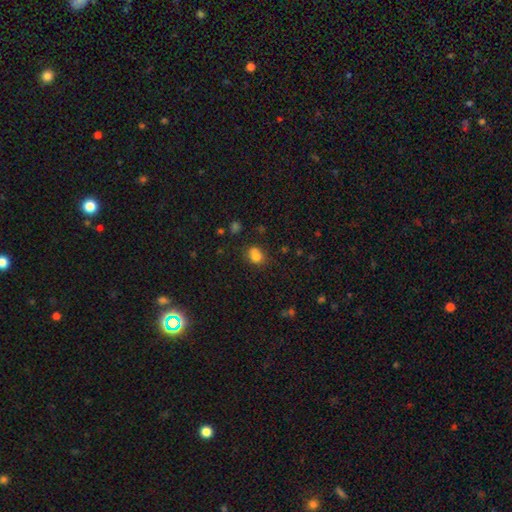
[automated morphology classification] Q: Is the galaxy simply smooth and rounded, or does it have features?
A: smooth — 75%.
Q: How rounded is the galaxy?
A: round — 54%.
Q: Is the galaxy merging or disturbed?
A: none — 44%.